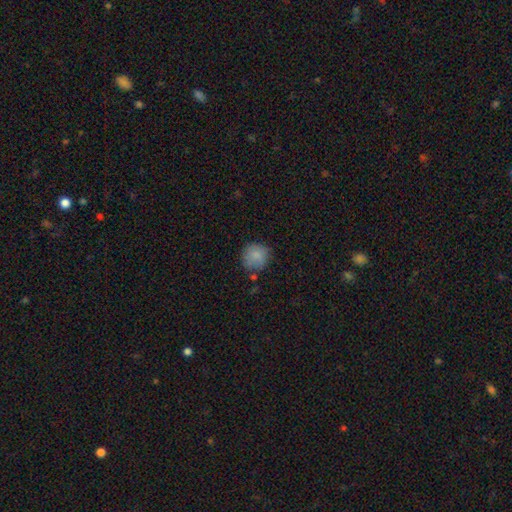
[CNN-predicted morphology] smooth 84%, star or artifact 8%, featured or disk 7%. Down the decision tree: how rounded — round (90%); merging — none (71%).